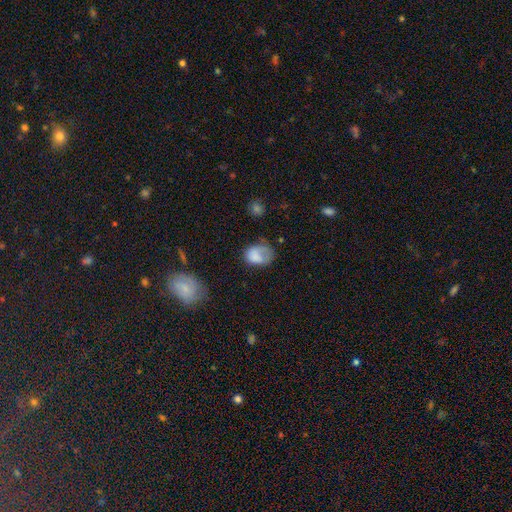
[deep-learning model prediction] smooth-or-featured: smooth: 75% | featured or disk: 15% | star or artifact: 9%
  how-rounded: in between: 69% | round: 30% | cigar-shaped: 1%
  merging: none: 37% | minor disturbance: 32% | major disturbance: 26% | merger: 4%